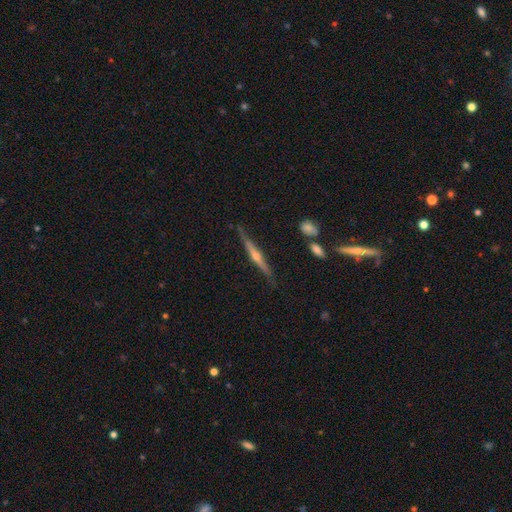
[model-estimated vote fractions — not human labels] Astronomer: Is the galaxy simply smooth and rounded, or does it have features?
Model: featured or disk — 78%.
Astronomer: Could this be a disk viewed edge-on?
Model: yes — 98%.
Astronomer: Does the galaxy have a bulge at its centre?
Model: rounded — 81%.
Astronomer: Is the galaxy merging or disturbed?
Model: none — 85%.